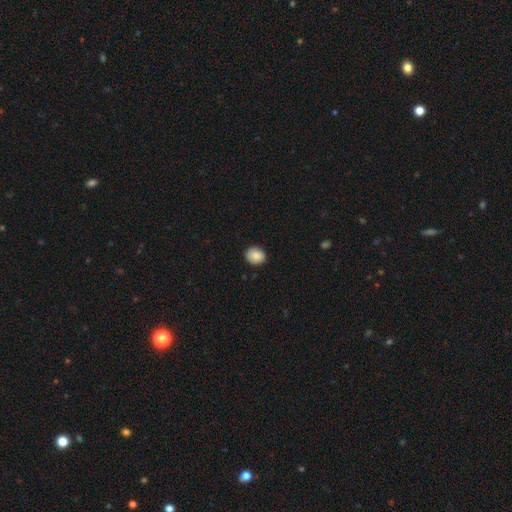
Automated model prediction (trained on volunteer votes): Smooth or featured? smooth (87%)
How rounded? round (66%)
Merging? none (86%)